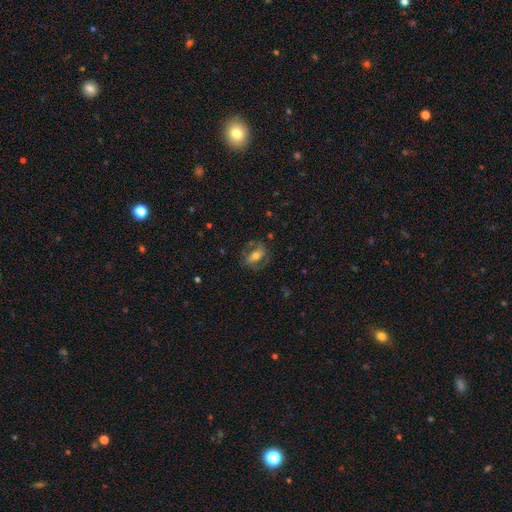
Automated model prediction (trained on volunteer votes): Overall: featured or disk (50%; smooth 42%). Merging: none (67%).